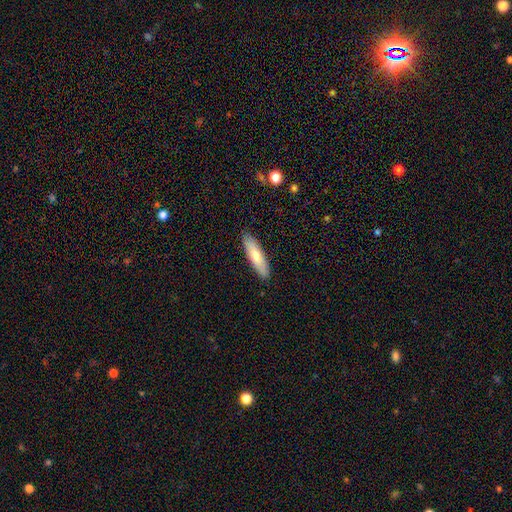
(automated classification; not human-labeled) Smooth or featured: smooth — 68% (featured or disk — 26%)
How rounded: cigar-shaped — 67% (in between — 31%)
Merging: none — 90% (minor disturbance — 8%)